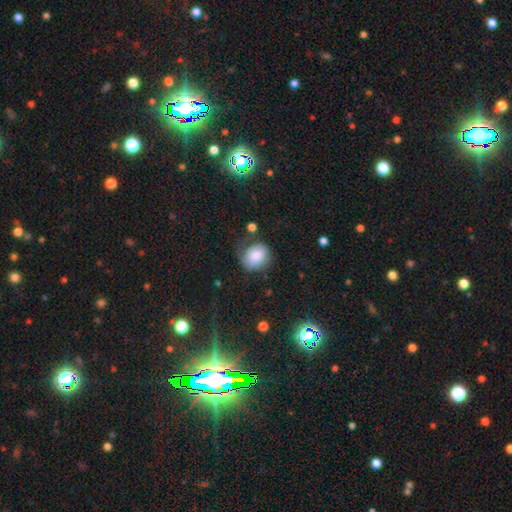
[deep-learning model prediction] This is likely a smooth galaxy (77%). How rounded: likely round (67%). Merging: possibly none (59%).